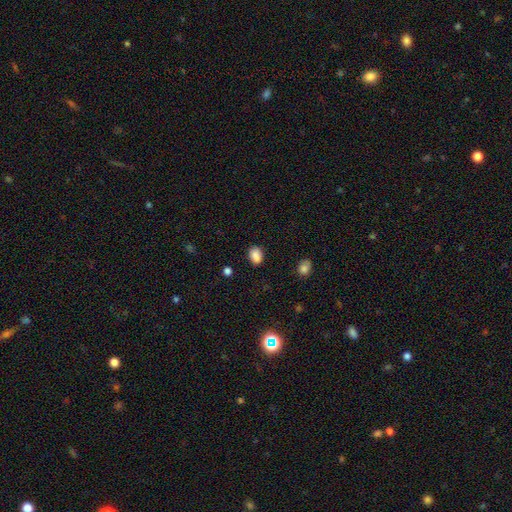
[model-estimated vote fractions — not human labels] Morphology: type=smooth (87%); roundness=in between (73%); merging=none (80%).